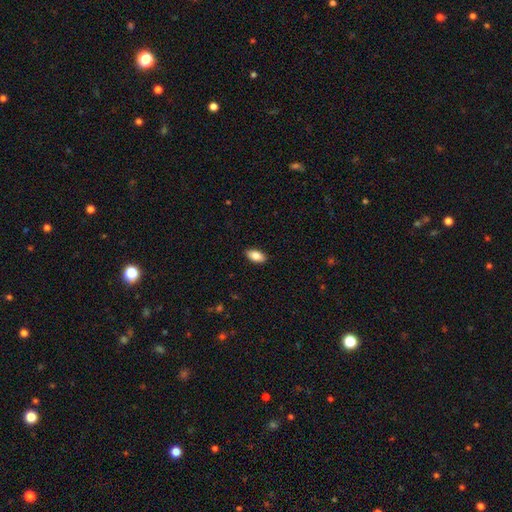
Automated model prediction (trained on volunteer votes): Smooth or featured? Predicted: smooth (p=0.85). How rounded? Predicted: in between (p=0.92). Merging? Predicted: none (p=0.90).